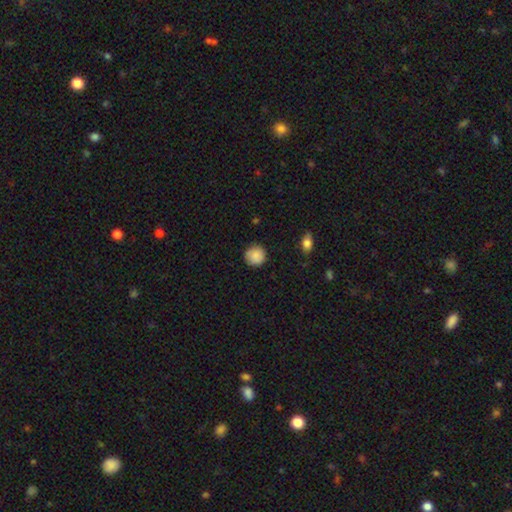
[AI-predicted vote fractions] This is clearly a smooth galaxy (87%). How rounded: clearly round (92%). Merging: clearly none (83%).